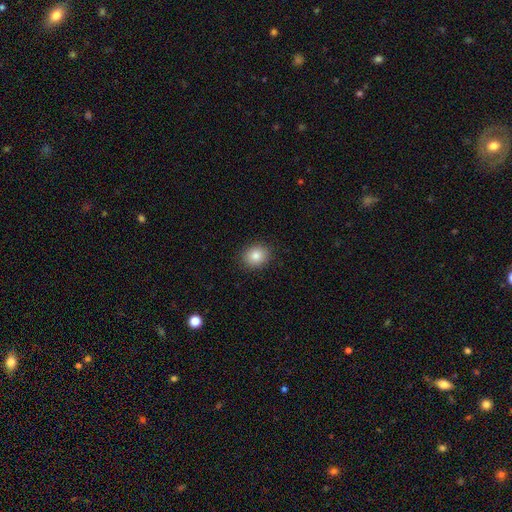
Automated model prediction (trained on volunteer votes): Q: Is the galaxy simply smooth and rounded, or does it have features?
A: smooth — 84%.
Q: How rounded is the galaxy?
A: round — 61%.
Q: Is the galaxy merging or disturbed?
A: none — 90%.